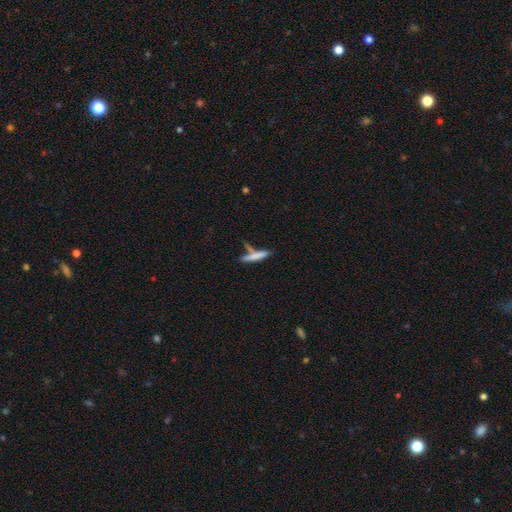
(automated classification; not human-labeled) This is likely a smooth galaxy (71%). How rounded: clearly cigar-shaped (88%). Merging: possibly none (56%).